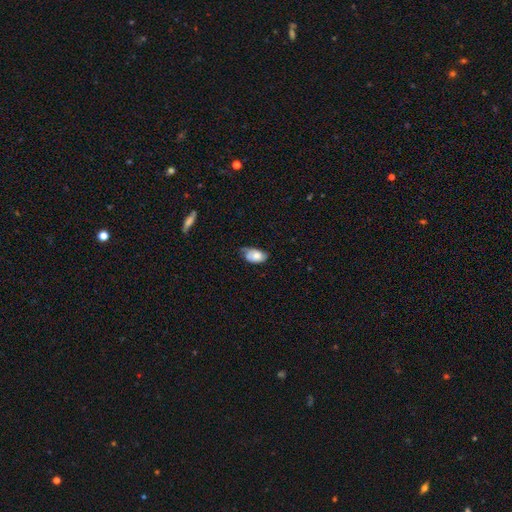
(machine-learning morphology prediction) Smooth or featured?
  - smooth: 66% *
  - featured or disk: 27%
  - star or artifact: 7%
How rounded?
  - in between: 92% *
  - round: 6%
  - cigar-shaped: 2%
Merging?
  - none: 45% *
  - minor disturbance: 40%
  - major disturbance: 13%
  - merger: 2%